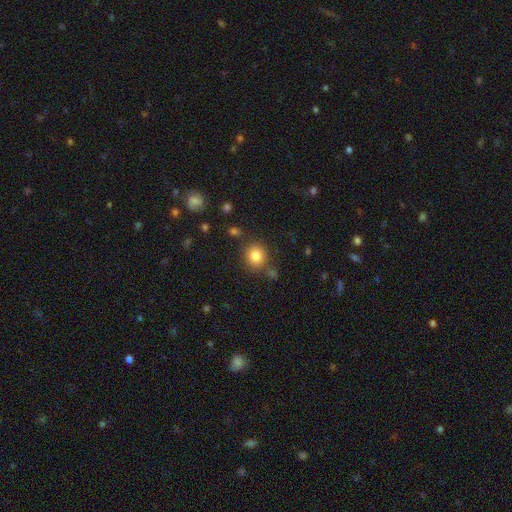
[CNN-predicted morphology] A smooth galaxy with no disk features (83%) that is round (85%).

Vote fractions:
- Smooth or featured? smooth: 83% / star or artifact: 11% / featured or disk: 7%
- How rounded? round: 85% / in between: 14% / cigar-shaped: 1%
- Merging? none: 80% / minor disturbance: 10% / merger: 6% / major disturbance: 3%